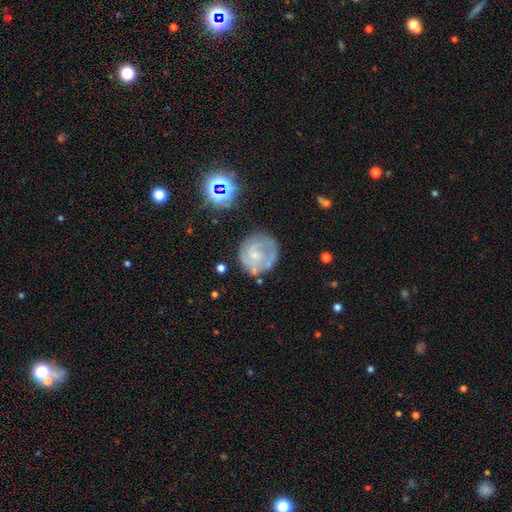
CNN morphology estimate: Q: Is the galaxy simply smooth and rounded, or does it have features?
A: featured or disk — 68%.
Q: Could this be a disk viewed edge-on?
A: no — 98%.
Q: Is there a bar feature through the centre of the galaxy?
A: no — 69%.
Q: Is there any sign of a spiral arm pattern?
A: yes — 81%.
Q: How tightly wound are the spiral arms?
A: tight — 54%.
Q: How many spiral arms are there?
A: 2 — 39%.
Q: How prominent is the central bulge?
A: small — 64%.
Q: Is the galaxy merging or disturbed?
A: none — 67%.